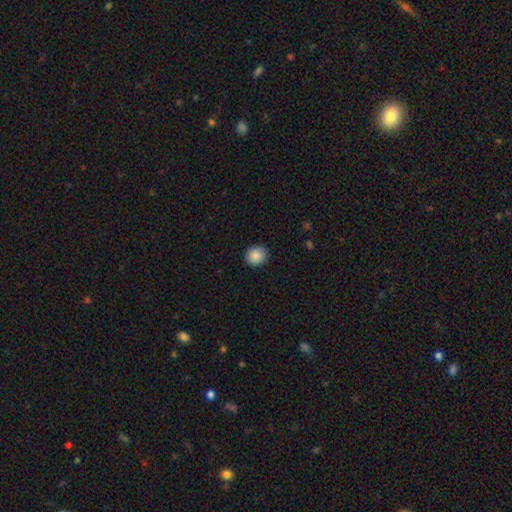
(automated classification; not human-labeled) smooth 88%, star or artifact 8%, featured or disk 4%. Down the decision tree: how rounded — round (80%); merging — none (91%).